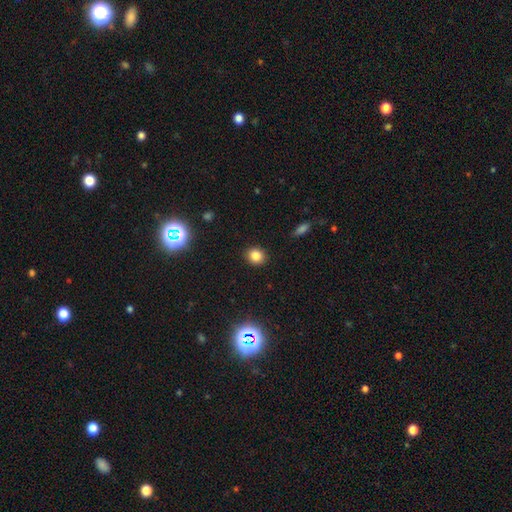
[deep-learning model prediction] smooth-or-featured: smooth: 82% | star or artifact: 12% | featured or disk: 5%
  how-rounded: round: 76% | in between: 23% | cigar-shaped: 1%
  merging: none: 90% | minor disturbance: 7% | major disturbance: 2% | merger: 1%